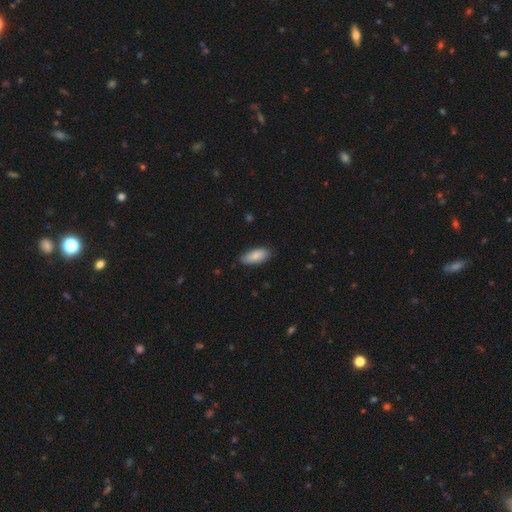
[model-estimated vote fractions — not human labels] Smooth or featured: smooth — 83% (featured or disk — 11%)
How rounded: in between — 87% (cigar-shaped — 11%)
Merging: none — 80% (minor disturbance — 17%)